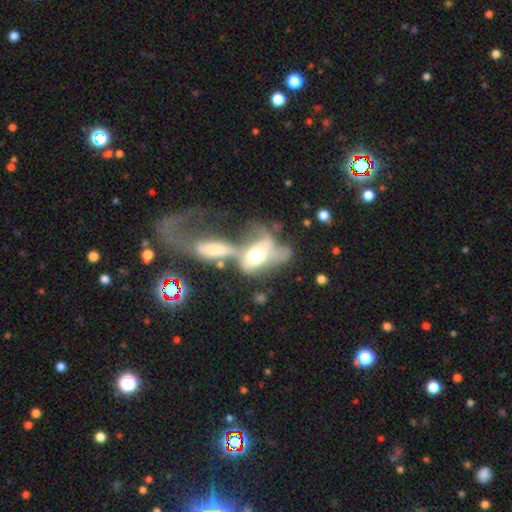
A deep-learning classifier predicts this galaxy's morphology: Smooth or featured? Predicted: featured or disk (p=0.47). Merging? Predicted: merger (p=0.62).